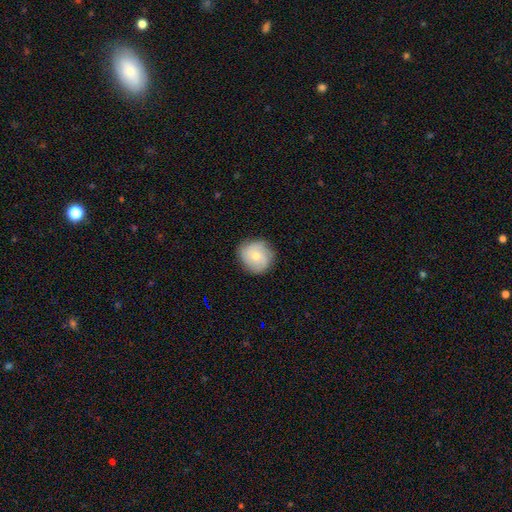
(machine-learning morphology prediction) Q: Smooth or featured?
A: featured or disk (47%); runner-up: smooth (46%)
Q: Merging?
A: none (81%); runner-up: minor disturbance (15%)